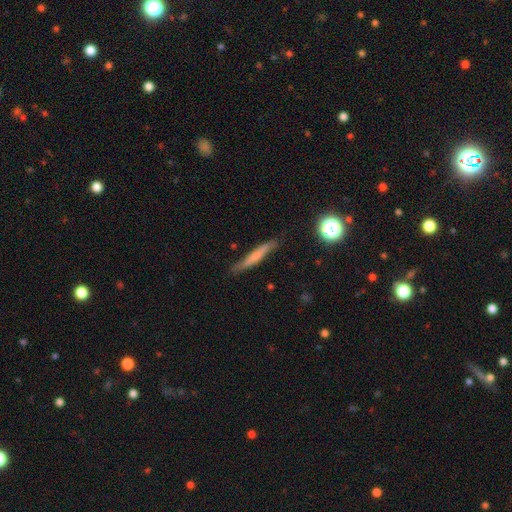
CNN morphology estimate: Smooth or featured: smooth — 55% (featured or disk — 37%)
How rounded: cigar-shaped — 93% (in between — 5%)
Merging: none — 79% (minor disturbance — 16%)